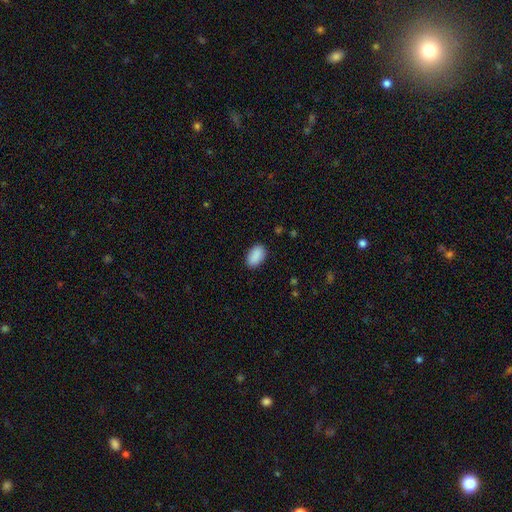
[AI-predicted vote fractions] Smooth or featured? smooth (90%)
How rounded? in between (93%)
Merging? none (88%)